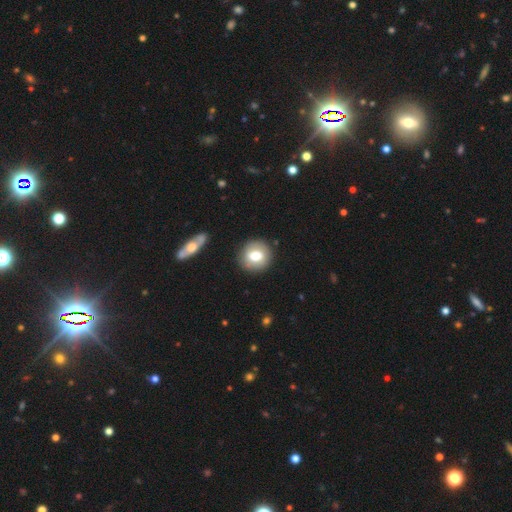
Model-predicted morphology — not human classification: Smooth or featured: smooth — 70% (featured or disk — 22%)
How rounded: round — 87% (in between — 12%)
Merging: none — 86% (minor disturbance — 9%)